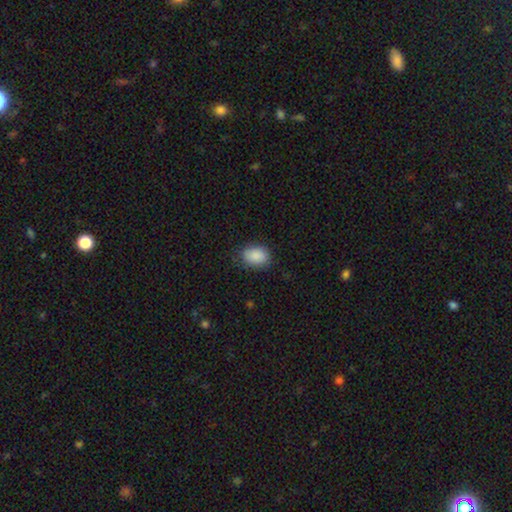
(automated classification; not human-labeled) Smooth or featured?
  - smooth: 89% *
  - star or artifact: 7%
  - featured or disk: 4%
How rounded?
  - in between: 78% *
  - round: 21%
  - cigar-shaped: 1%
Merging?
  - none: 79% *
  - minor disturbance: 16%
  - major disturbance: 4%
  - merger: 1%